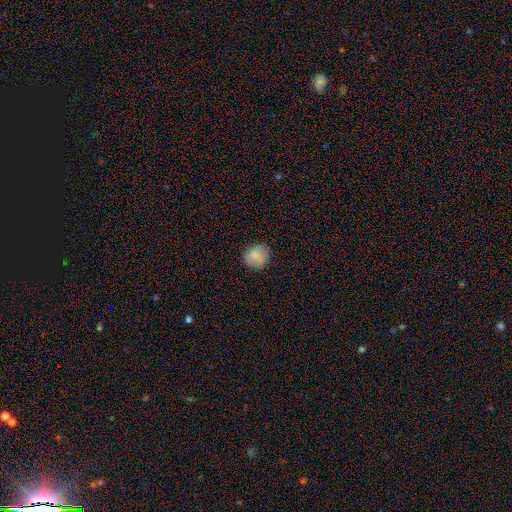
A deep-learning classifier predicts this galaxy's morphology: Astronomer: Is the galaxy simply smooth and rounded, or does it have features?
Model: smooth — 87%.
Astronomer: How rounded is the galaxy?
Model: round — 84%.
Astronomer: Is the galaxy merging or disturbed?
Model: none — 85%.